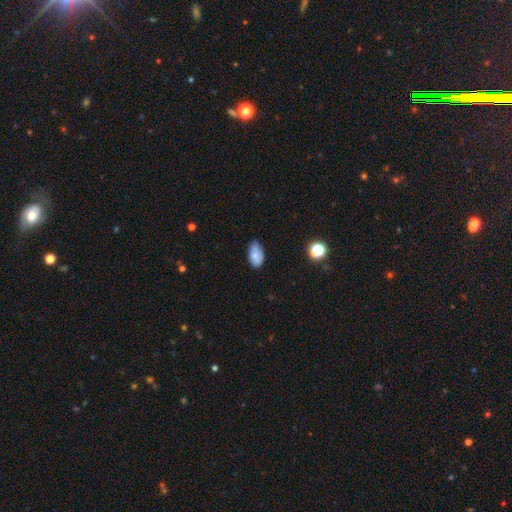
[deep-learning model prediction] This is likely a smooth galaxy (78%). How rounded: clearly in between (91%). Merging: possibly none (57%).